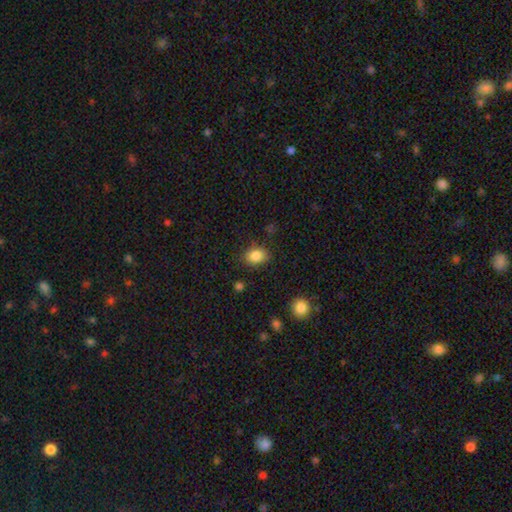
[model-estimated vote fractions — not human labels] smooth_or_featured: smooth (p=0.85) [alt: star or artifact p=0.09]
how_rounded: in between (p=0.65) [alt: round p=0.34]
merging: none (p=0.82) [alt: minor disturbance p=0.13]